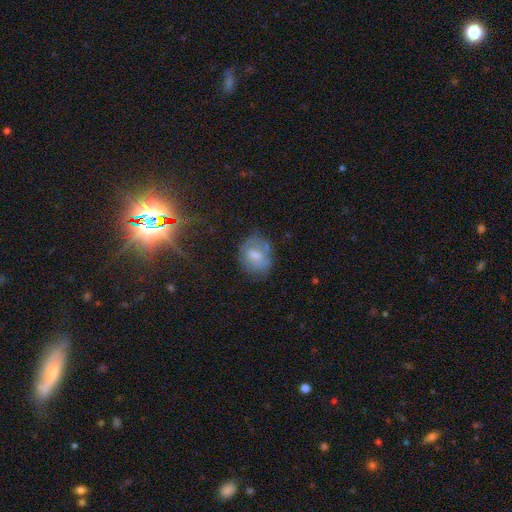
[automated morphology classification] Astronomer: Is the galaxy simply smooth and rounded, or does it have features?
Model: smooth — 58%.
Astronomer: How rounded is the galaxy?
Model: round — 56% (runner-up: in between, 43%).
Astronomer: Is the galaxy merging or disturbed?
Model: none — 61%.